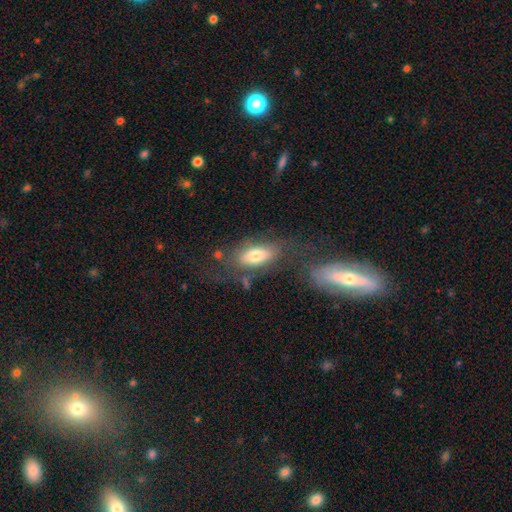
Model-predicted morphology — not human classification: Smooth or featured: smooth — 67% (featured or disk — 26%)
How rounded: in between — 87% (cigar-shaped — 10%)
Merging: none — 55% (minor disturbance — 18%)